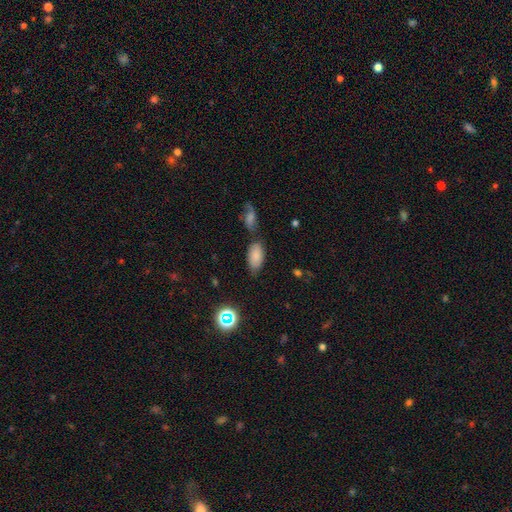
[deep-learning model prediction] smooth_or_featured: smooth (p=0.80) [alt: star or artifact p=0.10]
how_rounded: in between (p=0.93) [alt: cigar-shaped p=0.04]
merging: none (p=0.65) [alt: minor disturbance p=0.18]